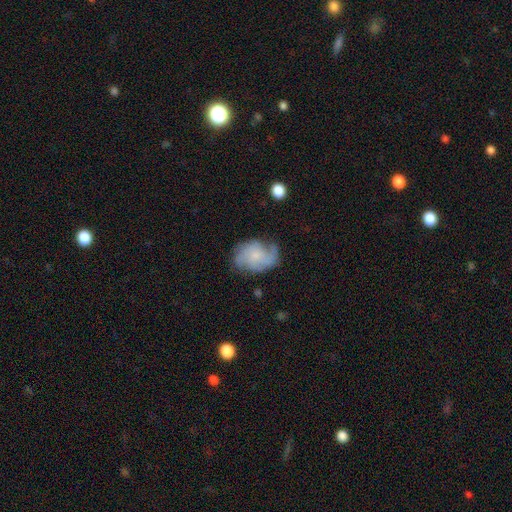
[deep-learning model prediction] smooth-or-featured: featured or disk: 69% | smooth: 24% | star or artifact: 7%
  disk-edge-on: no: 98% | yes: 2%
    bar: no: 73% | weak: 24% | strong: 3%
    has-spiral-arms: yes: 92% | no: 8%
      spiral-winding: medium: 45% | tight: 29% | loose: 26%
      spiral-arm-count: 3: 30% | 2: 27% | can't tell: 23% | 4: 9% | 1: 6% | more than 4: 5%
    bulge-size: small: 52% | moderate: 22% | none: 20% | large: 4% | dominant: 1%
  merging: none: 63% | minor disturbance: 24% | major disturbance: 12% | merger: 2%